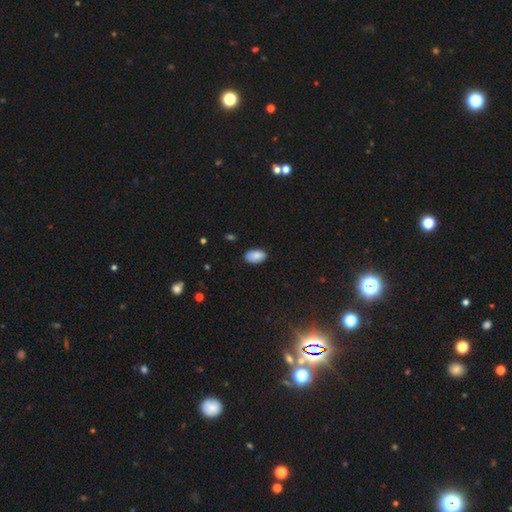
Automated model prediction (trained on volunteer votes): Morphology: type=smooth (87%); roundness=in between (94%); merging=none (84%).